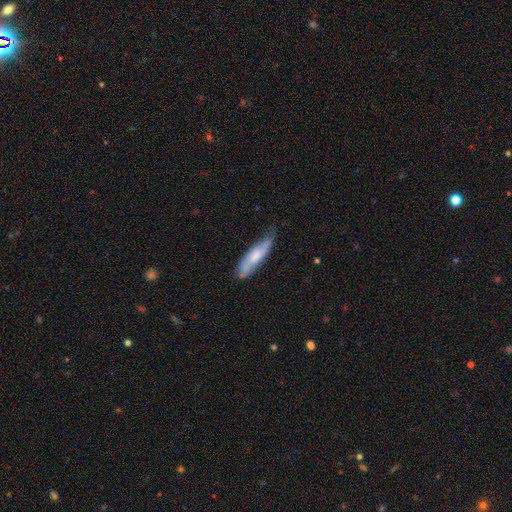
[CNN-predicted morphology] This appears to be a smooth galaxy with no disk features (60%) that is cigar-shaped (70%). Merging: none (62%).